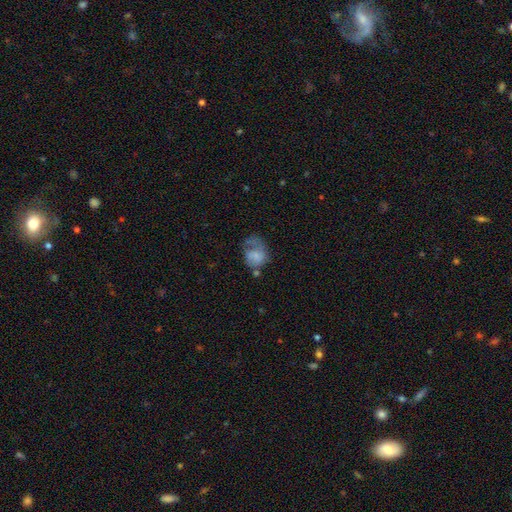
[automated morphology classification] This is possibly a smooth galaxy (51%). How rounded: likely in between (61%). Merging: marginally major disturbance (41%).